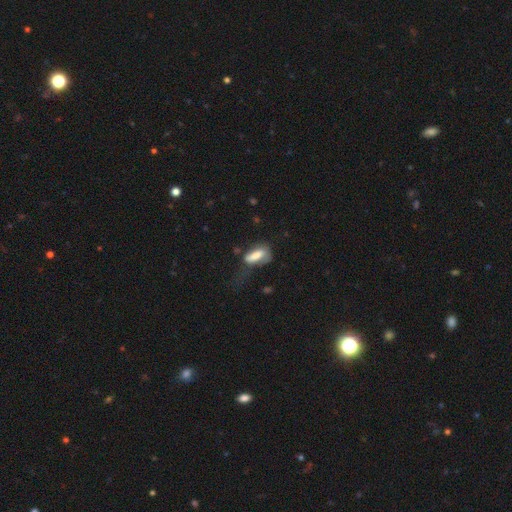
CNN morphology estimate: A smooth galaxy with no disk features (71%) that is in between round and cigar-shaped (70%).

Vote fractions:
- Smooth or featured? smooth: 71% / featured or disk: 20% / star or artifact: 8%
- How rounded? in between: 70% / cigar-shaped: 27% / round: 3%
- Merging? major disturbance: 40% / none: 28% / minor disturbance: 28% / merger: 4%